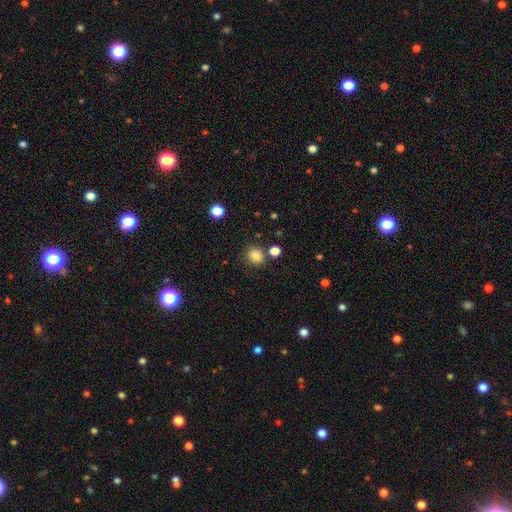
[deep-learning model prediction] Overall: smooth (84%). How rounded: round (76%). Merging: none (79%).